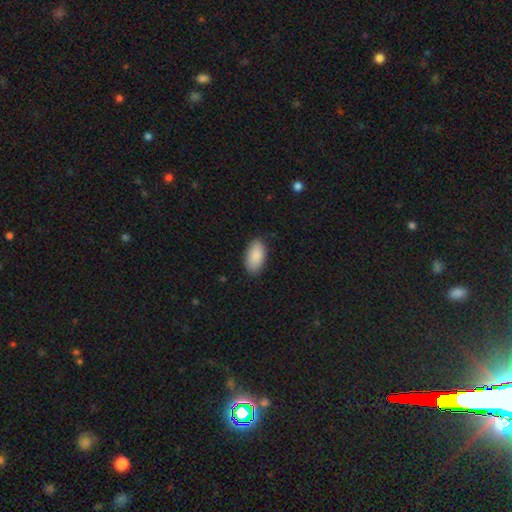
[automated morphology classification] The model was most divided on "merging": none: 86%, minor disturbance: 11%, major disturbance: 2%, merger: 1%. More confident: how rounded — in between (95%); smooth or featured — smooth (89%).